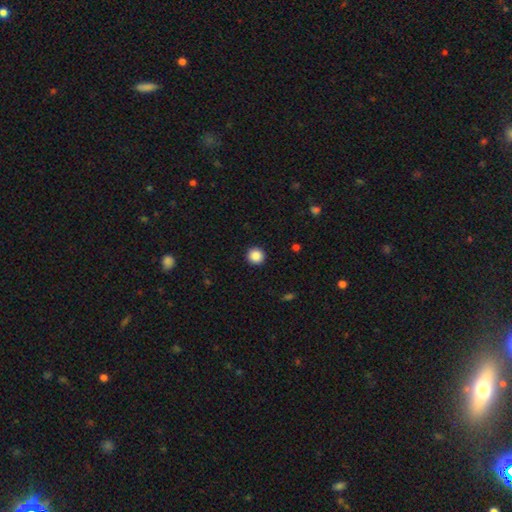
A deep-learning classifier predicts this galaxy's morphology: Smooth or featured?
  - smooth: 87% *
  - star or artifact: 9%
  - featured or disk: 3%
How rounded?
  - round: 96% *
  - in between: 3%
  - cigar-shaped: 1%
Merging?
  - none: 93% *
  - minor disturbance: 5%
  - major disturbance: 2%
  - merger: 1%